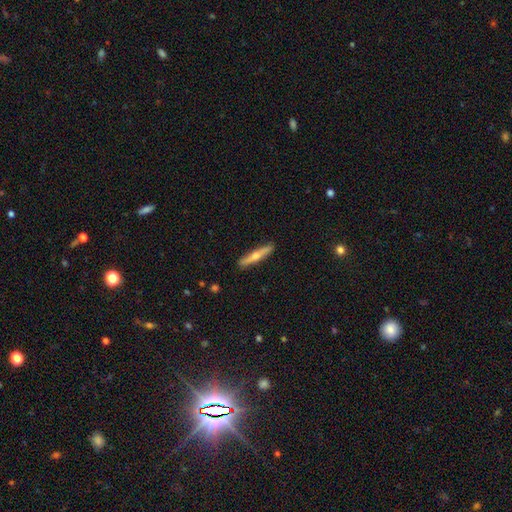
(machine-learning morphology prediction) This is possibly a featured or disk galaxy (55%). It is clearly viewed edge-on (93%). Edge-on bulge: clearly rounded (87%). Merging: clearly none (89%).